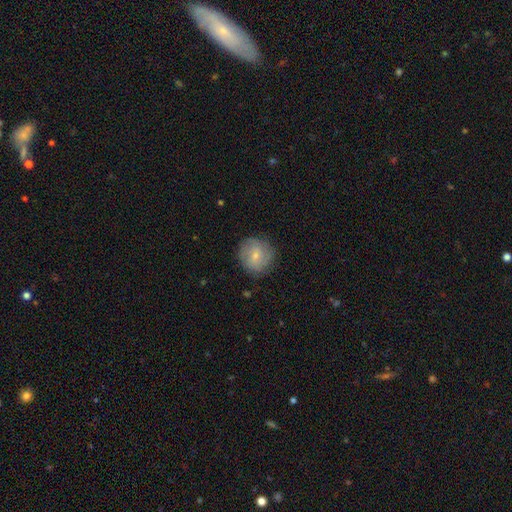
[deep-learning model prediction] Smooth or featured? Predicted: smooth (p=0.61). How rounded? Predicted: round (p=0.89). Merging? Predicted: none (p=0.78).